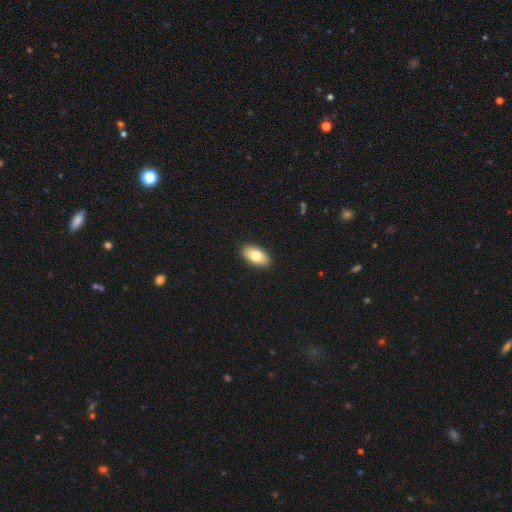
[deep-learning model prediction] Morphology: type=smooth (79%); roundness=in between (93%); merging=none (90%).